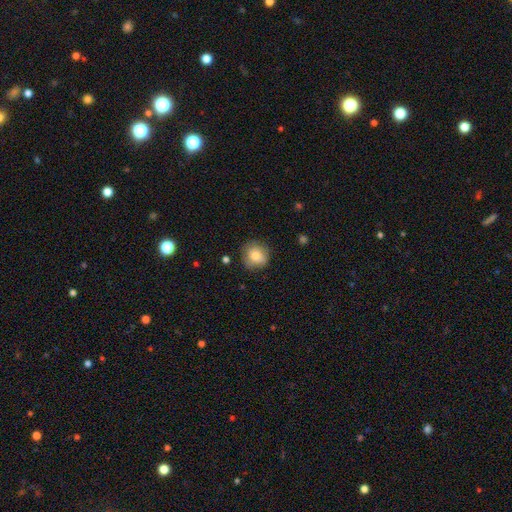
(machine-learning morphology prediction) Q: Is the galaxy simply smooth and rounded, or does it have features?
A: smooth — 81%.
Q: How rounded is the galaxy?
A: round — 85%.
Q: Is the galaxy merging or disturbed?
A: none — 76%.